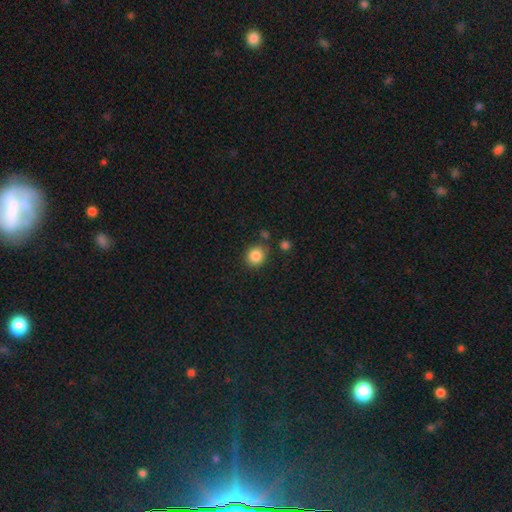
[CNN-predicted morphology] smooth-or-featured: smooth: 86% | star or artifact: 10% | featured or disk: 4%
  how-rounded: round: 83% | in between: 16% | cigar-shaped: 1%
  merging: none: 81% | minor disturbance: 10% | merger: 6% | major disturbance: 3%